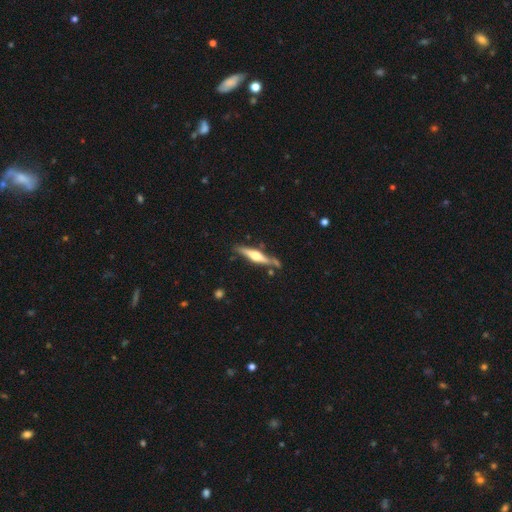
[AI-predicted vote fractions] A featured or disk galaxy (65%) viewed edge-on (96%) with a rounded central bulge (88%).

Vote fractions:
- Smooth or featured? featured or disk: 65% / smooth: 30% / star or artifact: 5%
- Edge-on disk? yes: 96% / no: 4%
- Edge-on bulge? rounded: 88% / boxy: 8% / none: 4%
- Merging? none: 75% / minor disturbance: 15% / merger: 6% / major disturbance: 3%